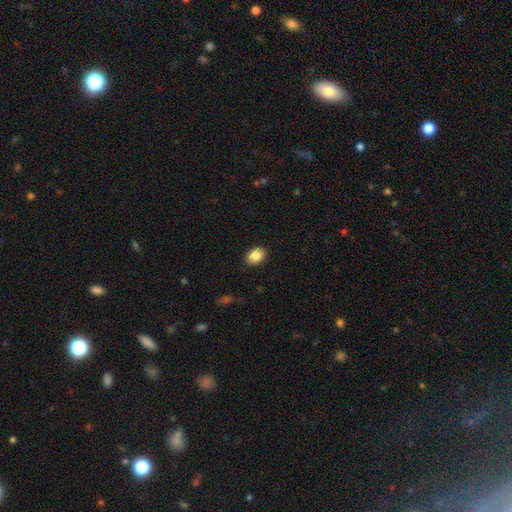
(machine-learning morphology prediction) This appears to be a smooth galaxy with no disk features (87%) that is in between round and cigar-shaped (72%). Merging: none (88%).